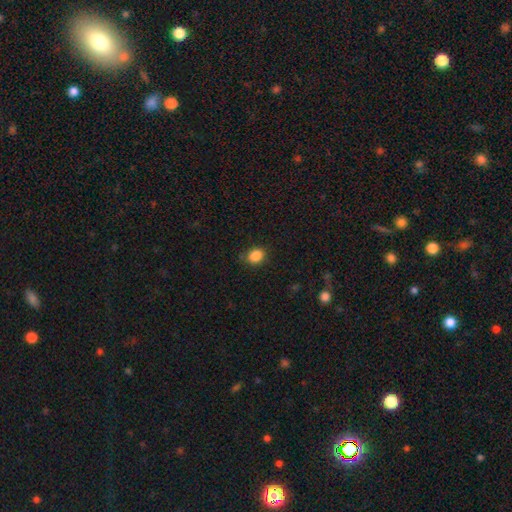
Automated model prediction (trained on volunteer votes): A smooth galaxy with no disk features (86%) that is round (51%).

Vote fractions:
- Smooth or featured? smooth: 86% / star or artifact: 10% / featured or disk: 4%
- How rounded? round: 51% / in between: 48% / cigar-shaped: 1%
- Merging? none: 84% / minor disturbance: 12% / major disturbance: 3% / merger: 1%